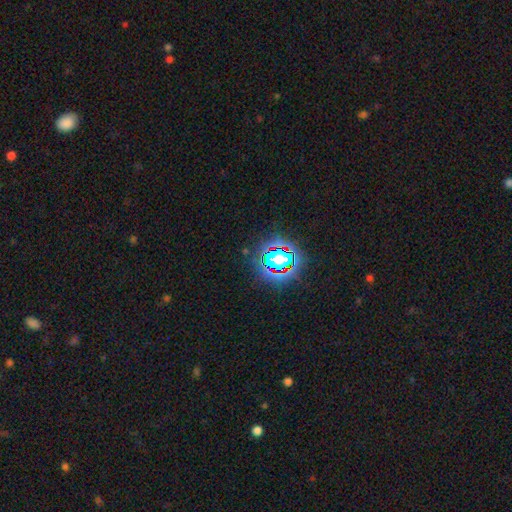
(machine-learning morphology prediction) type=star or artifact (81%).